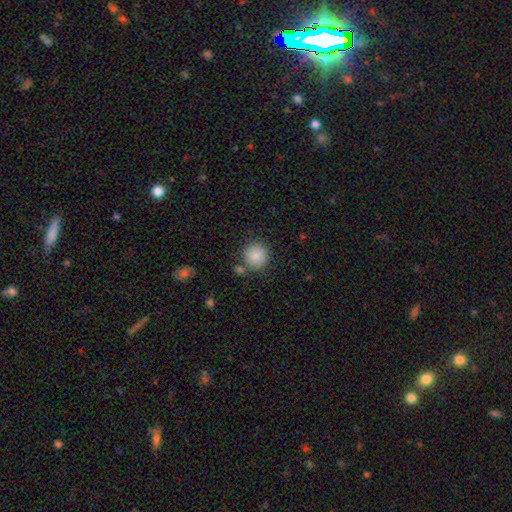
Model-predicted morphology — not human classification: Smooth or featured?
  - smooth: 87% *
  - star or artifact: 8%
  - featured or disk: 4%
How rounded?
  - round: 92% *
  - in between: 7%
  - cigar-shaped: 1%
Merging?
  - none: 80% *
  - minor disturbance: 10%
  - merger: 7%
  - major disturbance: 3%